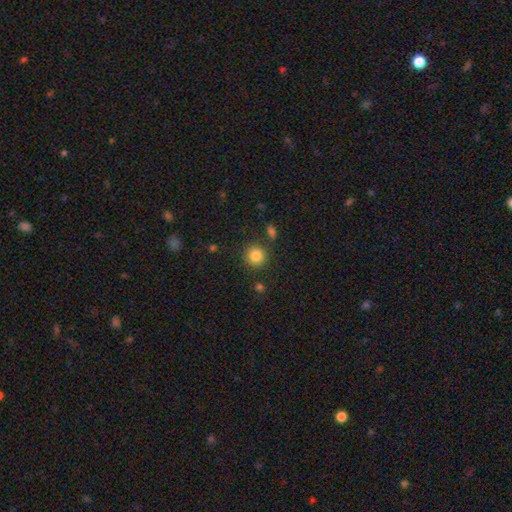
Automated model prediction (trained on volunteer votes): Q: Smooth or featured?
A: smooth (84%); runner-up: star or artifact (11%)
Q: How rounded?
A: round (91%); runner-up: in between (8%)
Q: Merging?
A: none (84%); runner-up: minor disturbance (8%)